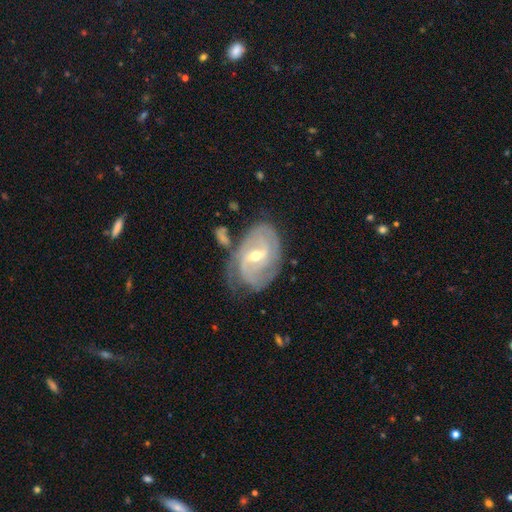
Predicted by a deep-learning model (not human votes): Morphology: type=featured or disk (87%); edge-on=no (96%); bar=weak (53%); spiral arms=yes (95%); winding=tight (62%); arm count=2 (44%); bulge=moderate (53%); merging=none (63%).